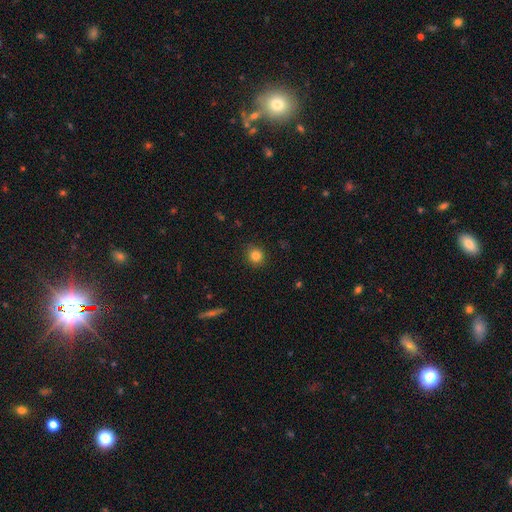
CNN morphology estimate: The model was most divided on "smooth or featured": smooth: 84%, star or artifact: 11%, featured or disk: 5%. More confident: how rounded — round (90%); merging — none (90%).